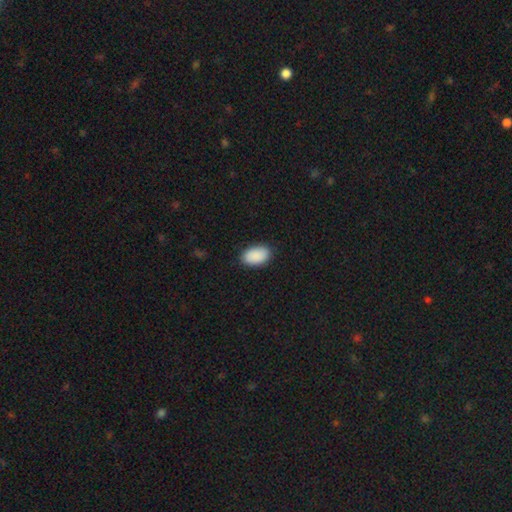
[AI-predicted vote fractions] Smooth or featured? smooth (91%)
How rounded? in between (94%)
Merging? none (87%)